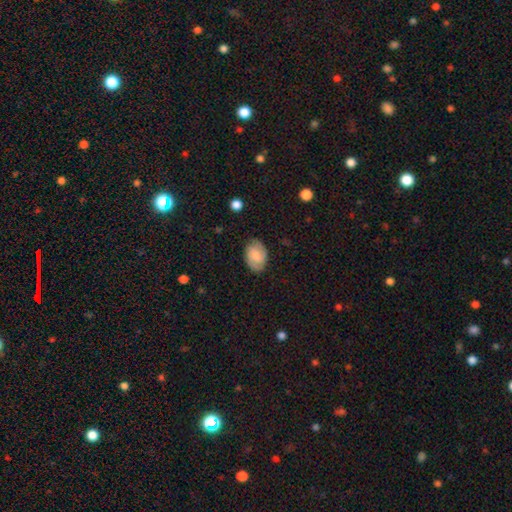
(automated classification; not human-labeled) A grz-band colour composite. It shows a smooth galaxy with no disk features (71%) that is in between round and cigar-shaped (87%). Merging: none (80%).